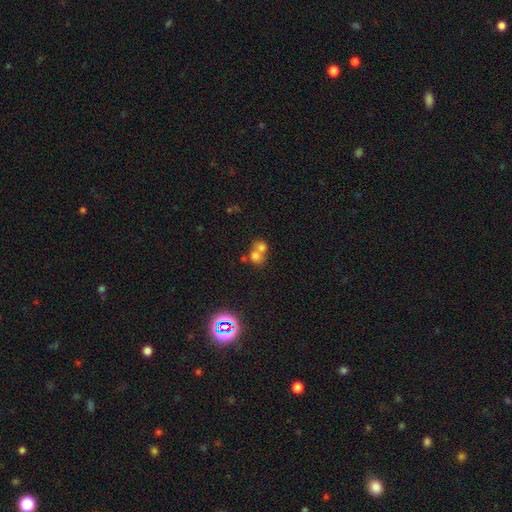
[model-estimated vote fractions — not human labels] Smooth or featured? Predicted: smooth (p=0.66). How rounded? Predicted: round (p=0.72). Merging? Predicted: merger (p=0.66).